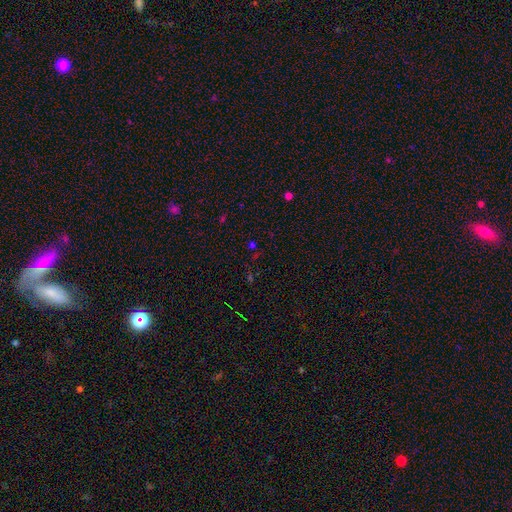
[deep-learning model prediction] Smooth or featured: star or artifact — 61% (smooth — 30%)